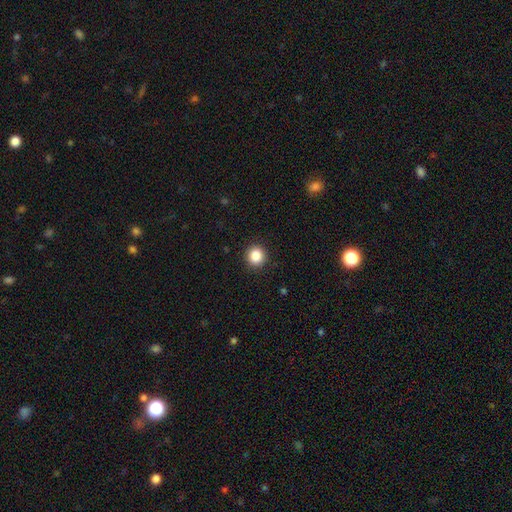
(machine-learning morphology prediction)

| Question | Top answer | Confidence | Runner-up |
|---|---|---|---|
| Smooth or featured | smooth | 86% | star or artifact (10%) |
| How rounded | round | 92% | in between (7%) |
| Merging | none | 92% | minor disturbance (6%) |